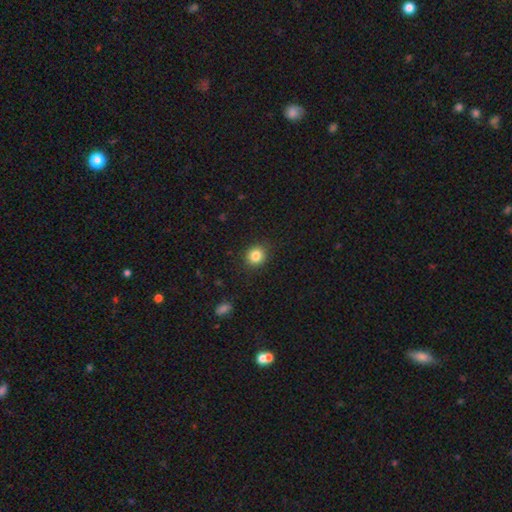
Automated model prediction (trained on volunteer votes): Morphology: type=smooth (85%); roundness=round (85%); merging=none (89%).